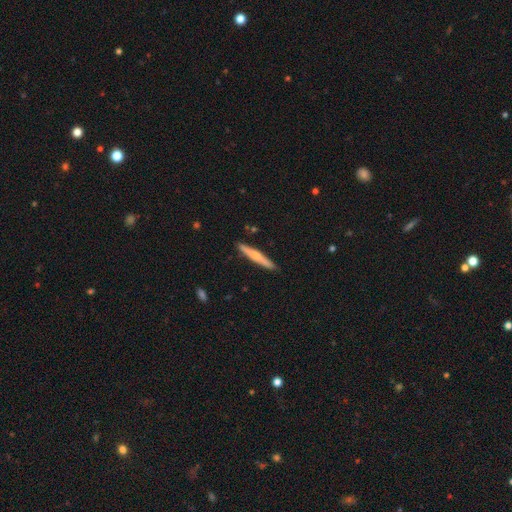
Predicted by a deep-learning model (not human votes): Smooth or featured? Predicted: smooth (p=0.58). How rounded? Predicted: cigar-shaped (p=0.95). Merging? Predicted: none (p=0.90).